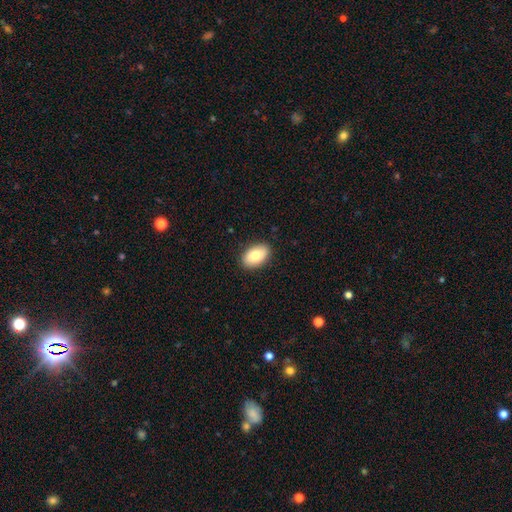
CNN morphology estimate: smooth_or_featured: smooth (p=0.79) [alt: featured or disk p=0.14]
how_rounded: in between (p=0.90) [alt: round p=0.08]
merging: none (p=0.88) [alt: minor disturbance p=0.09]